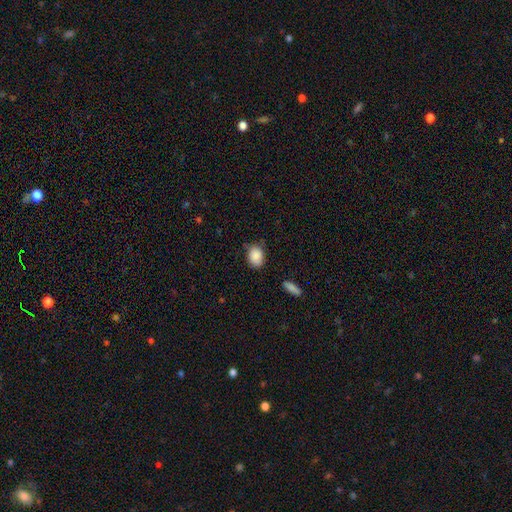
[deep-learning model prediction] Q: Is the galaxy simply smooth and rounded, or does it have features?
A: smooth — 87%.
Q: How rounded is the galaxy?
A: in between — 66%.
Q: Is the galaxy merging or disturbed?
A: none — 69%.